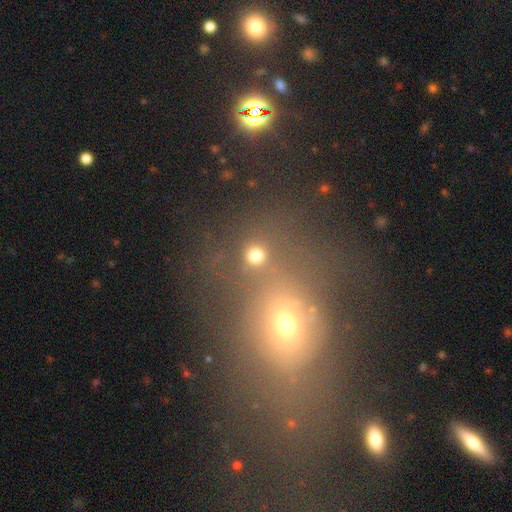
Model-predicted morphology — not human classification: Smooth or featured? smooth (71%)
How rounded? round (85%)
Merging? none (60%)